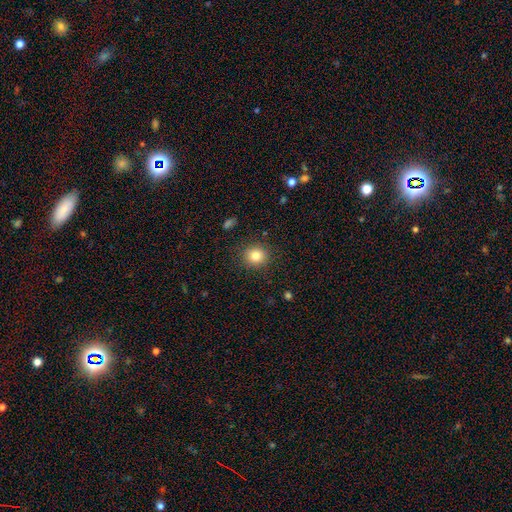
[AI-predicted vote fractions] This is clearly a smooth galaxy (82%). How rounded: clearly round (87%). Merging: clearly none (89%).